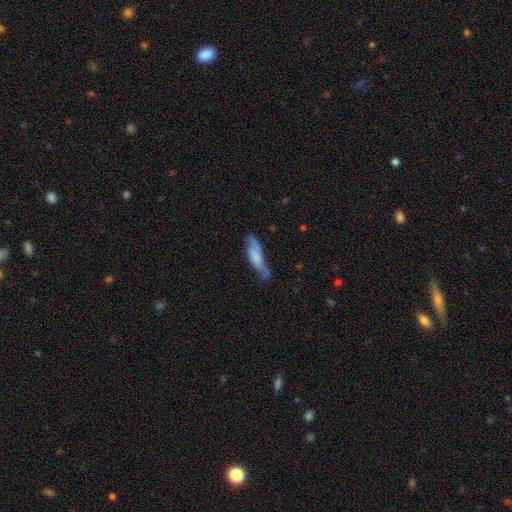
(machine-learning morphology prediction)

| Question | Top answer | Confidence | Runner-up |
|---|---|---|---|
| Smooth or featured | smooth | 61% | featured or disk (32%) |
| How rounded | cigar-shaped | 60% | in between (38%) |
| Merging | none | 50% | minor disturbance (34%) |